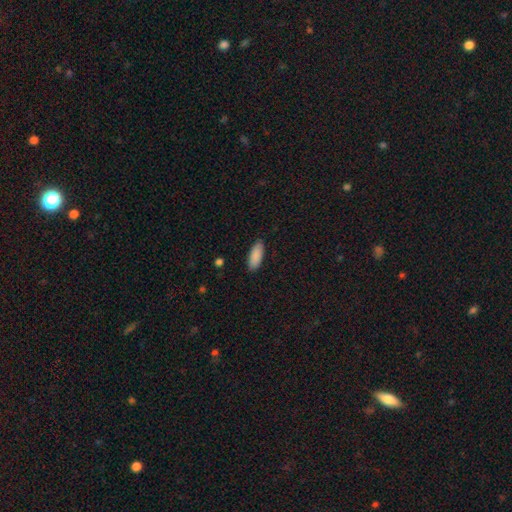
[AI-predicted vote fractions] A smooth galaxy with no disk features (89%) that is in between round and cigar-shaped (78%). Merging: none (87%).